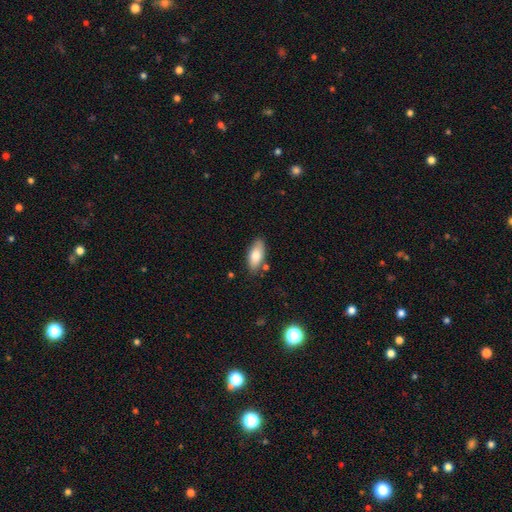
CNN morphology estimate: This is likely a smooth galaxy (76%). How rounded: clearly in between (86%). Merging: clearly none (81%).